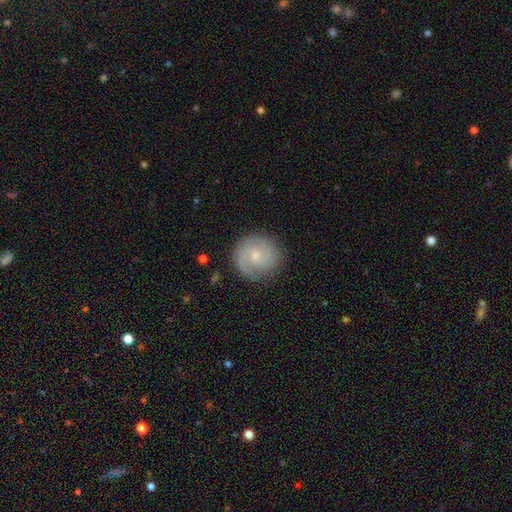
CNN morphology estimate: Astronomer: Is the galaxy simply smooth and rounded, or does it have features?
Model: featured or disk — 66%.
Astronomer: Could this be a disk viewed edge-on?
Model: no — 98%.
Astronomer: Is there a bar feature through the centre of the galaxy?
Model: no — 72%.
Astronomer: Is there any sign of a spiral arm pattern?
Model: yes — 90%.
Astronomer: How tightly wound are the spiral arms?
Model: tight — 52% (runner-up: medium, 34%).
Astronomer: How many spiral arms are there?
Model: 2 — 48%.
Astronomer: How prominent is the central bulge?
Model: small — 70%.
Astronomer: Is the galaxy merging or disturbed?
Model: none — 81%.